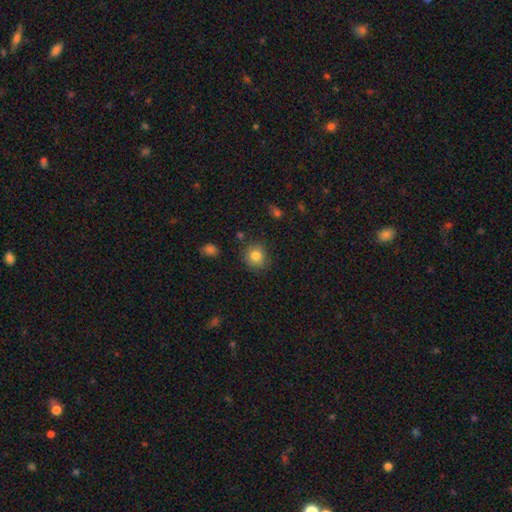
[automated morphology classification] Smooth or featured? Predicted: smooth (p=0.82). How rounded? Predicted: round (p=0.87). Merging? Predicted: none (p=0.85).